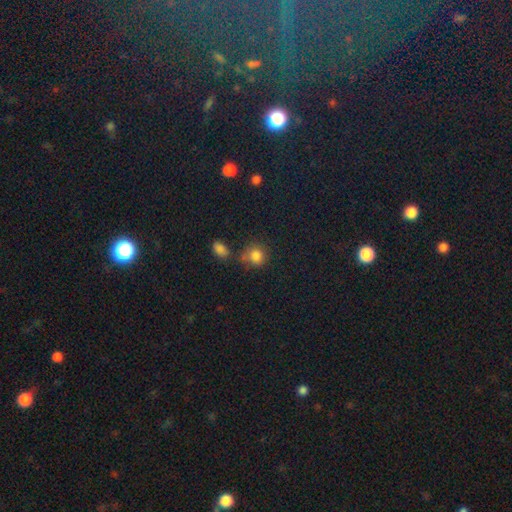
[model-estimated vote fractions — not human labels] A smooth galaxy with no disk features (82%) that is round (79%). Merging: none (58%).